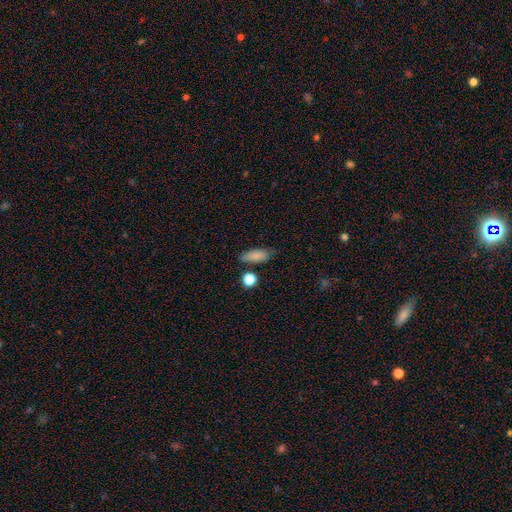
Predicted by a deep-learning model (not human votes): Morphology: type=smooth (84%); roundness=in between (73%); merging=none (75%).